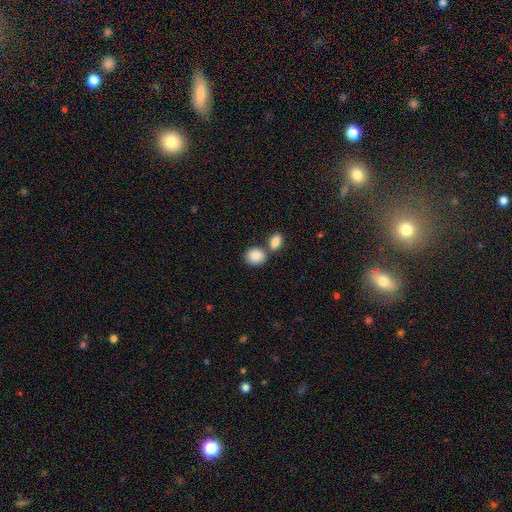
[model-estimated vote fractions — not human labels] smooth 87%, star or artifact 7%, featured or disk 5%. Down the decision tree: how rounded — round (53%); merging — none (52%).